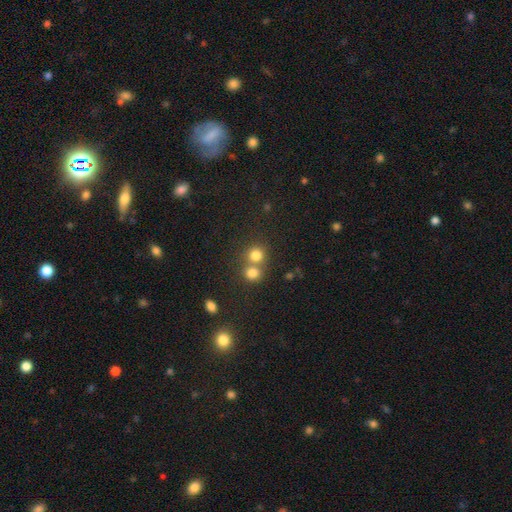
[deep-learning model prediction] Morphology: type=smooth (78%); roundness=round (86%); merging=none (48%).